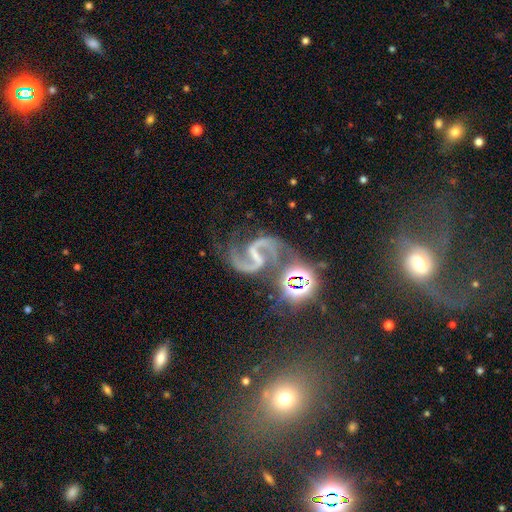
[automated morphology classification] The model was most divided on "bulge size": none: 45%, small: 42%, moderate: 10%, large: 2%, dominant: 1%. Remaining: edge-on disk — no (98%); spiral arms — yes (98%); spiral arm count — 2 (94%); smooth or featured — featured or disk (86%); merging — none (61%); spiral winding — loose (48%); bar — strong (44%).